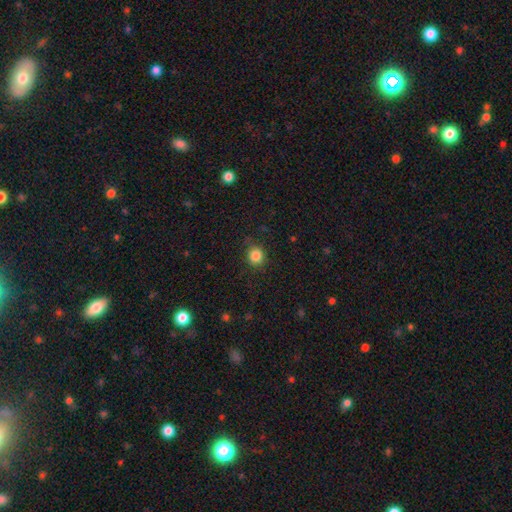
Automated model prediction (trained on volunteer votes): Overall: smooth (85%). How rounded: round (86%). Merging: none (85%).